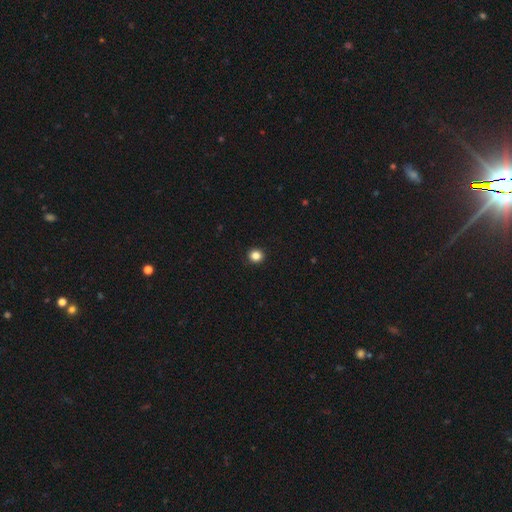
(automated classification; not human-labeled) Smooth or featured?
  - smooth: 85% *
  - star or artifact: 12%
  - featured or disk: 3%
How rounded?
  - round: 90% *
  - in between: 9%
  - cigar-shaped: 1%
Merging?
  - none: 93% *
  - minor disturbance: 4%
  - major disturbance: 1%
  - merger: 1%